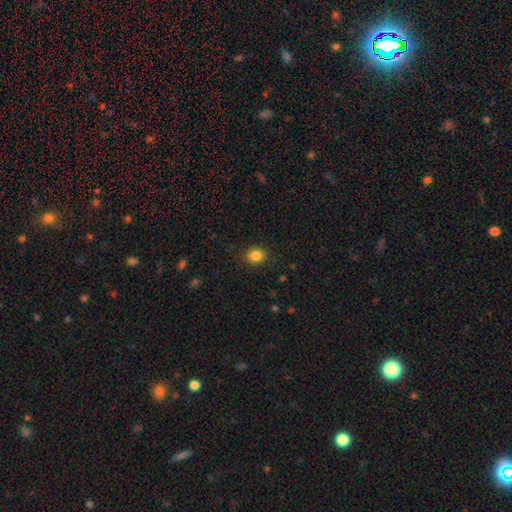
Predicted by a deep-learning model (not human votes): Smooth or featured? smooth (85%)
How rounded? round (67%)
Merging? none (89%)